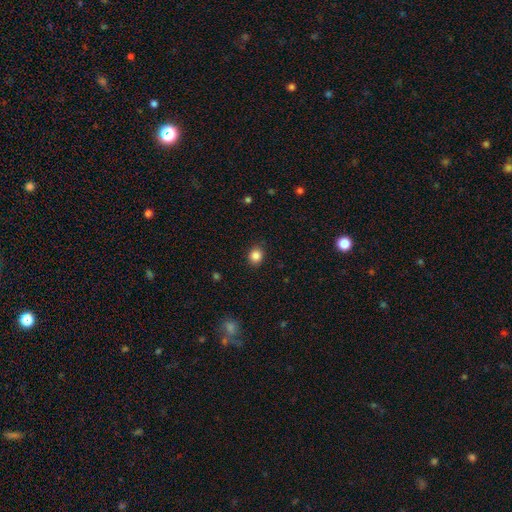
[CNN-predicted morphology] smooth 86%, star or artifact 10%, featured or disk 4%. Down the decision tree: how rounded — round (70%); merging — none (88%).